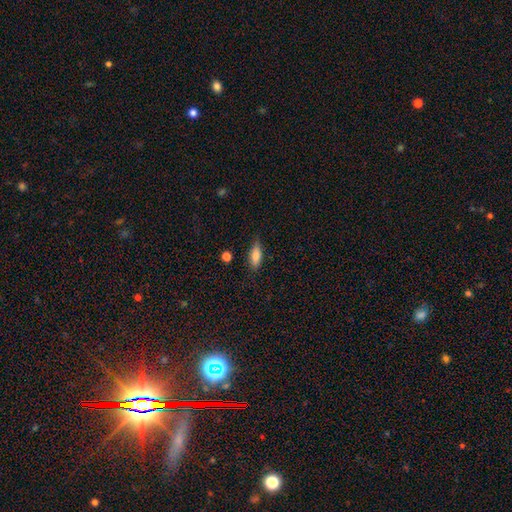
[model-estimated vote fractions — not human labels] A smooth galaxy with no disk features (79%) that is in between round and cigar-shaped (68%).

Vote fractions:
- Smooth or featured? smooth: 79% / featured or disk: 14% / star or artifact: 7%
- How rounded? in between: 68% / cigar-shaped: 30% / round: 3%
- Merging? none: 79% / minor disturbance: 16% / major disturbance: 3% / merger: 2%